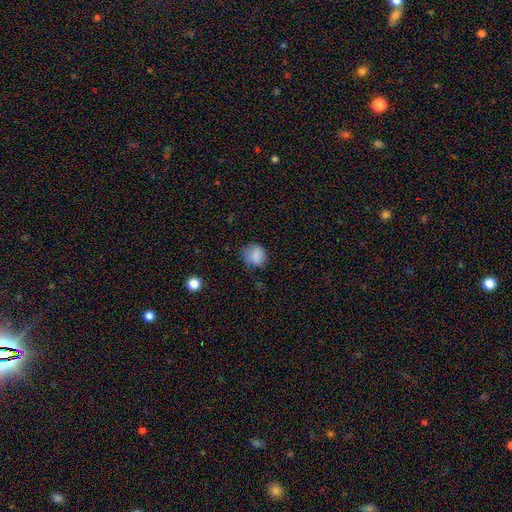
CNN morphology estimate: The model was most divided on "merging": none: 66%, minor disturbance: 26%, major disturbance: 7%, merger: 1%. More confident: smooth or featured — smooth (85%); how rounded — round (70%).